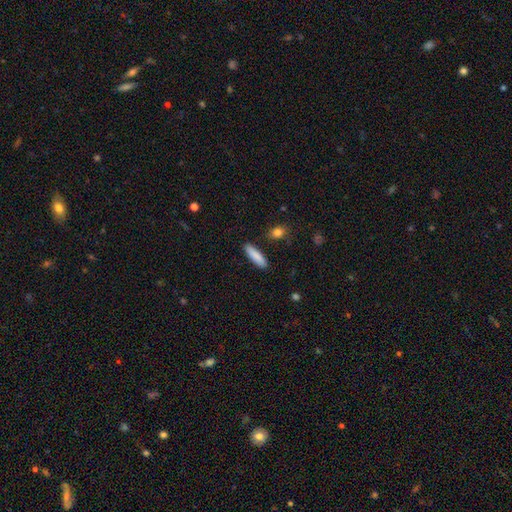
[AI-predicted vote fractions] Q: Smooth or featured?
A: smooth (87%); runner-up: featured or disk (7%)
Q: How rounded?
A: cigar-shaped (70%); runner-up: in between (29%)
Q: Merging?
A: none (88%); runner-up: minor disturbance (8%)